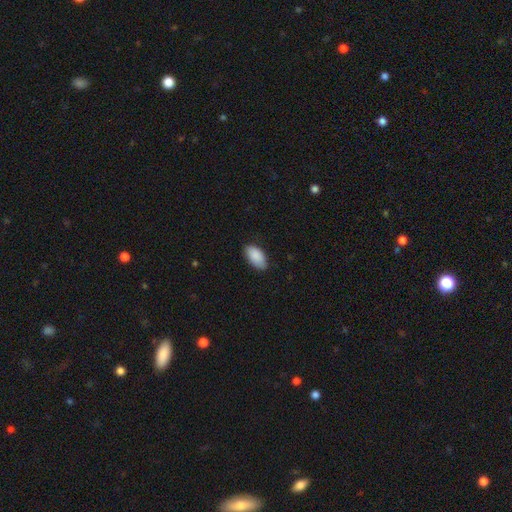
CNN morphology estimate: Overall: smooth (90%). How rounded: in between (95%). Merging: none (81%).